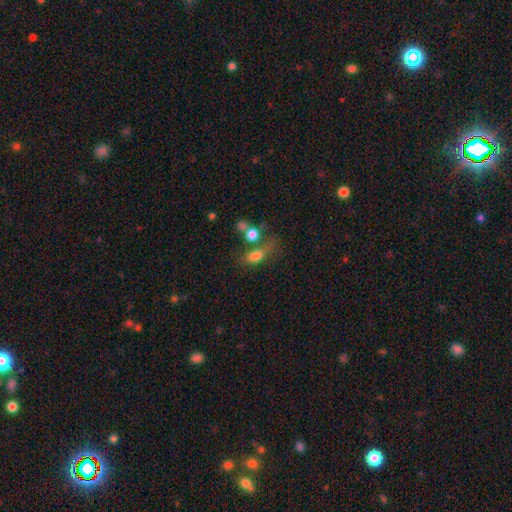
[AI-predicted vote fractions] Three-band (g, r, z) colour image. It shows a smooth galaxy with no disk features (75%) that is in between round and cigar-shaped (74%). Merging: none (35%).